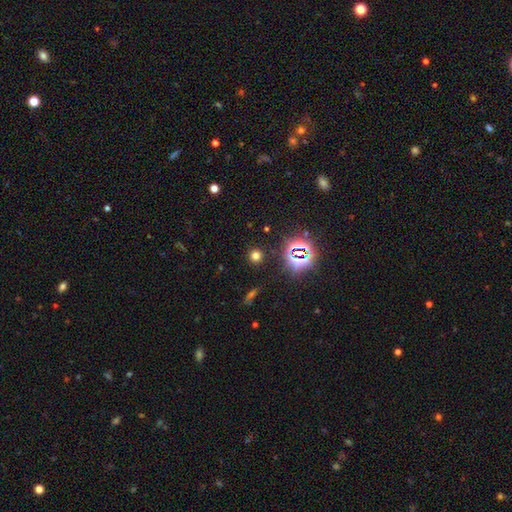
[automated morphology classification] Smooth or featured: smooth — 63% (star or artifact — 30%)
How rounded: round — 91% (in between — 8%)
Merging: none — 88% (minor disturbance — 7%)